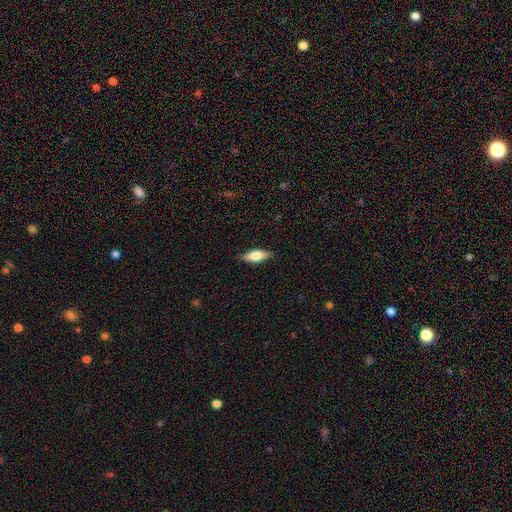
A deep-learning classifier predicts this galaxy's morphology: Smooth or featured? Predicted: smooth (p=0.62). How rounded? Predicted: in between (p=0.68). Merging? Predicted: none (p=0.86).